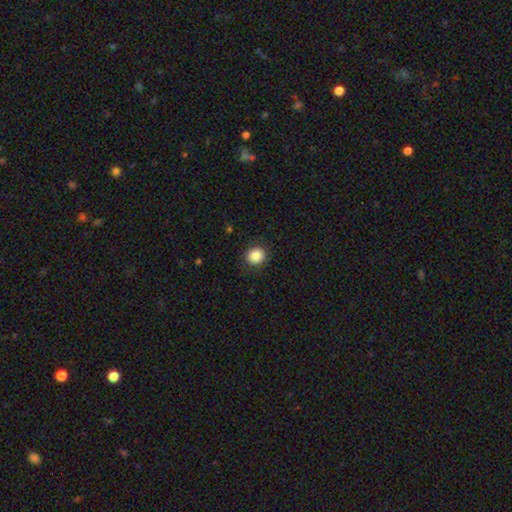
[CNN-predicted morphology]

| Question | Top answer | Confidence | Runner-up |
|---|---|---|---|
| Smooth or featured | smooth | 86% | star or artifact (9%) |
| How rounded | round | 88% | in between (11%) |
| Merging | none | 90% | minor disturbance (7%) |